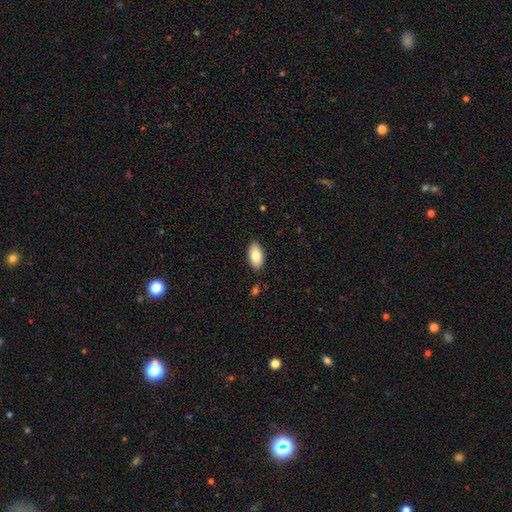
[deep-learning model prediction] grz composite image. It shows a smooth galaxy with no disk features (82%) that is in between round and cigar-shaped (95%). Merging: none (88%).